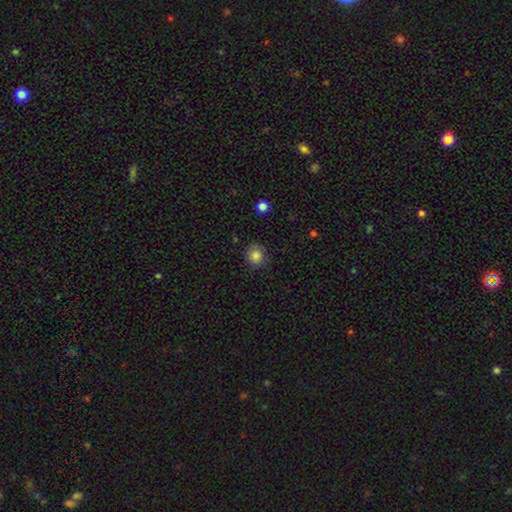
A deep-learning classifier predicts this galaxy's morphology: This appears to be a smooth galaxy with no disk features (84%) that is round (83%). Merging: none (83%).